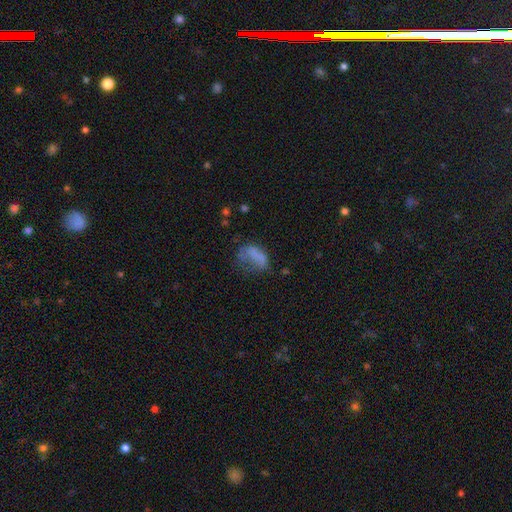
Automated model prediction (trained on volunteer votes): Smooth or featured? Predicted: smooth (p=0.62). How rounded? Predicted: in between (p=0.82). Merging? Predicted: major disturbance (p=0.42).